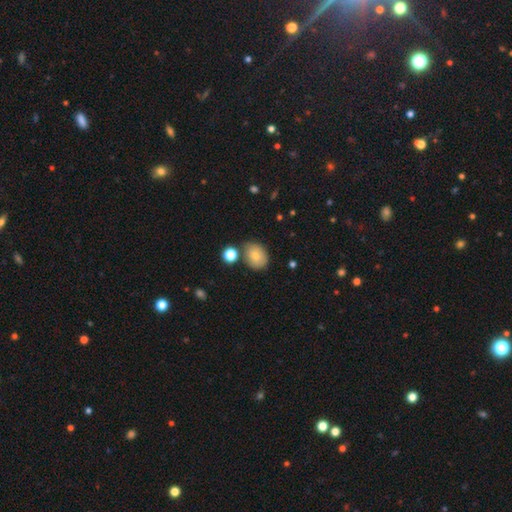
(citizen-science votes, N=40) smooth-or-featured: smooth: 78% | star or artifact: 12% | featured or disk: 10%
  how-rounded: round: 61% | in between: 39% | cigar-shaped: 0%
  merging: none: 63% | minor disturbance: 20% | major disturbance: 11% | merger: 6%